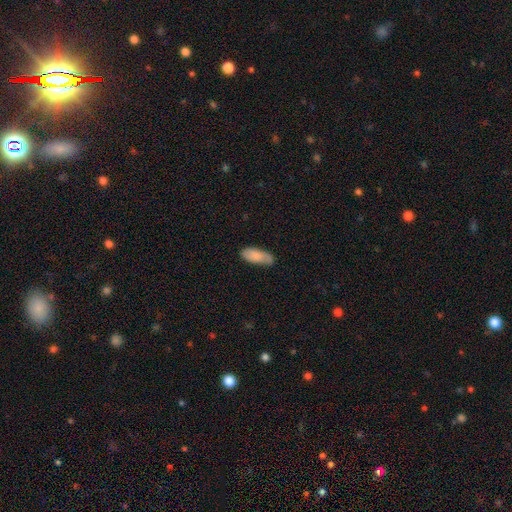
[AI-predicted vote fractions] Smooth or featured?
  - smooth: 83% *
  - featured or disk: 11%
  - star or artifact: 6%
How rounded?
  - in between: 80% *
  - cigar-shaped: 18%
  - round: 2%
Merging?
  - none: 70% *
  - minor disturbance: 24%
  - major disturbance: 4%
  - merger: 2%